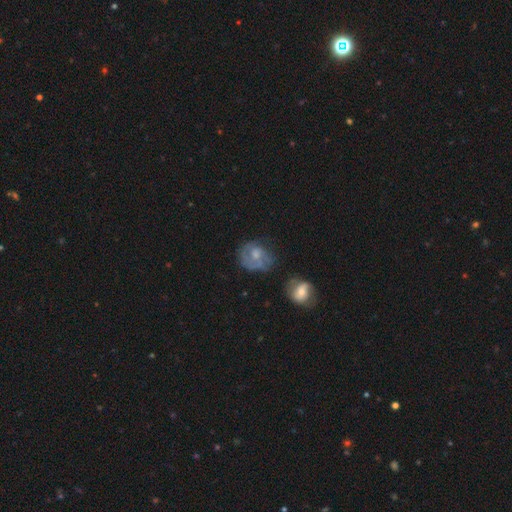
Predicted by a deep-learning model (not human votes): Smooth or featured: featured or disk — 56% (smooth — 36%)
Edge-on disk: no — 97% (yes — 3%)
Bar: no — 78% (weak — 19%)
Spiral arms: yes — 64% (no — 36%)
Bulge size: moderate — 48% (small — 25%)
Merging: none — 49% (minor disturbance — 26%)